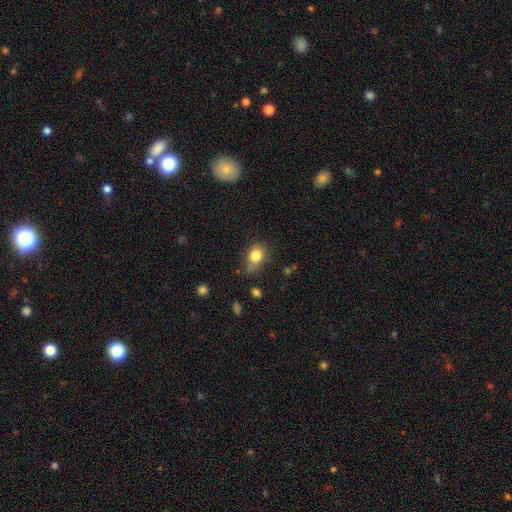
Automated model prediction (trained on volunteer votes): This is clearly a smooth galaxy (81%). How rounded: possibly in between (50%). Merging: possibly none (56%).